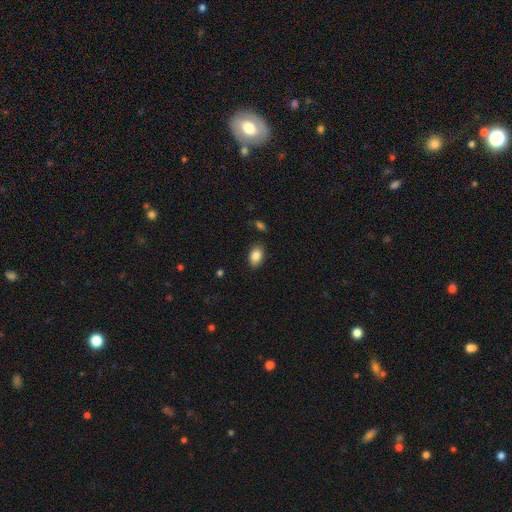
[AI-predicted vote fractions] A smooth galaxy with no disk features (86%) that is in between round and cigar-shaped (89%).

Vote fractions:
- Smooth or featured? smooth: 86% / star or artifact: 7% / featured or disk: 6%
- How rounded? in between: 89% / round: 9% / cigar-shaped: 1%
- Merging? none: 86% / minor disturbance: 10% / major disturbance: 2% / merger: 2%